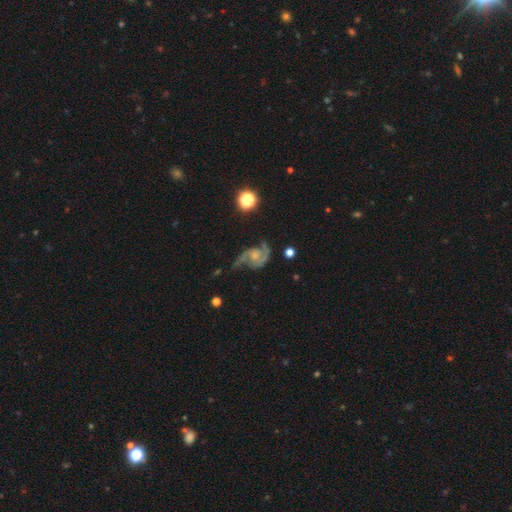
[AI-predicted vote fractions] Smooth or featured: featured or disk — 87% (smooth — 6%)
Edge-on disk: no — 98% (yes — 2%)
Bar: no — 70% (weak — 25%)
Spiral arms: yes — 97% (no — 3%)
Spiral winding: medium — 49% (loose — 34%)
Spiral arm count: 2 — 90% (can't tell — 3%)
Bulge size: small — 56% (moderate — 33%)
Merging: none — 51% (minor disturbance — 25%)